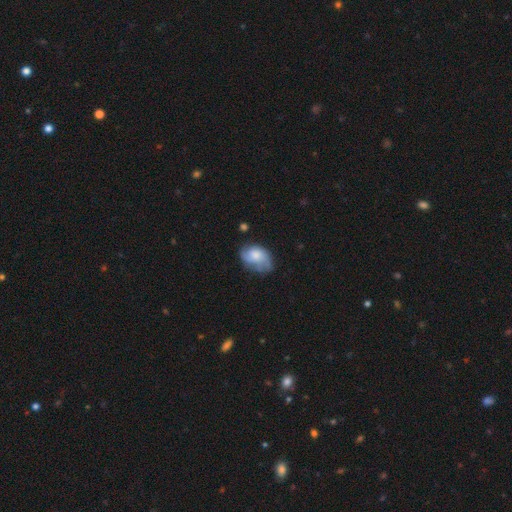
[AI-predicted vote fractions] Morphology: type=smooth (51%); roundness=in between (82%); merging=none (52%).